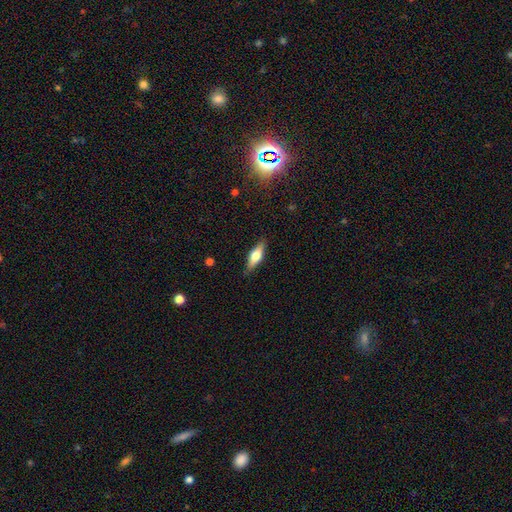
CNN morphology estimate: This is possibly a smooth galaxy (48%). Merging: clearly none (86%).